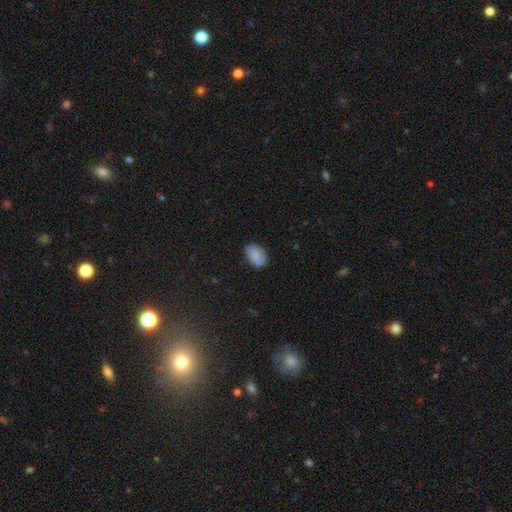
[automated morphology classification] The model was most divided on "merging": none: 76%, minor disturbance: 19%, major disturbance: 4%, merger: 2%. More confident: how rounded — in between (86%); smooth or featured — smooth (79%).